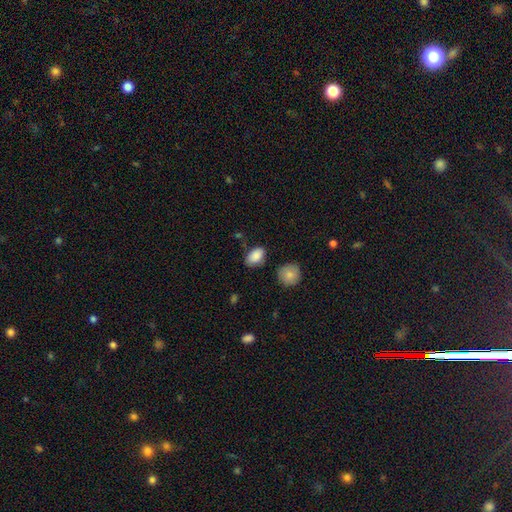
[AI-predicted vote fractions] Smooth or featured: smooth — 87% (star or artifact — 7%)
How rounded: in between — 89% (round — 9%)
Merging: none — 77% (minor disturbance — 16%)